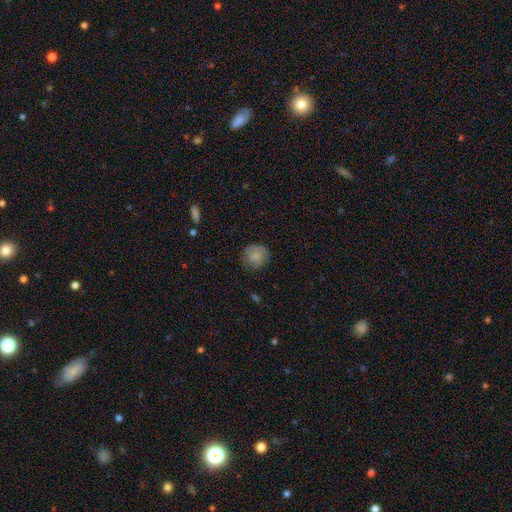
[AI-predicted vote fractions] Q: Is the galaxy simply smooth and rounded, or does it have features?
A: smooth — 79%.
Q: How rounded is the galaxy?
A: round — 90%.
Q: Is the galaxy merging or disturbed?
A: none — 75%.